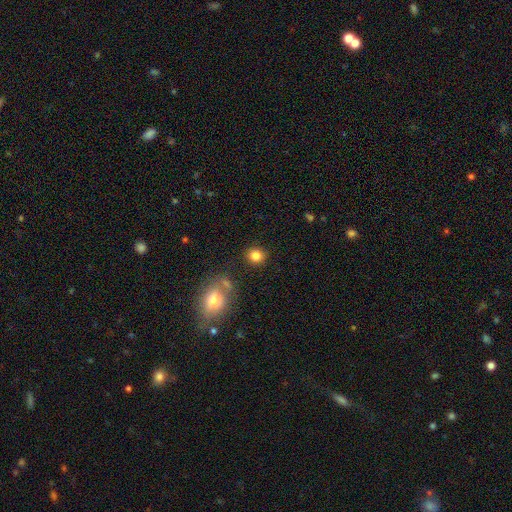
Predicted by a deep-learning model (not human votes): Q: Smooth or featured?
A: smooth (83%); runner-up: star or artifact (11%)
Q: How rounded?
A: round (85%); runner-up: in between (14%)
Q: Merging?
A: none (85%); runner-up: minor disturbance (8%)